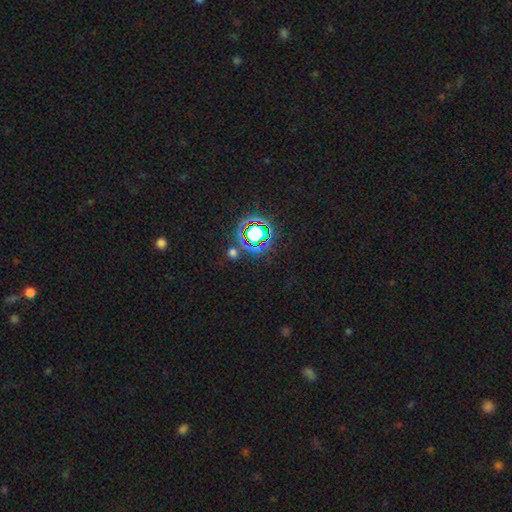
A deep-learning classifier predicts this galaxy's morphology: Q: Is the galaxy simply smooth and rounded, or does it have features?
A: star or artifact — 79%.